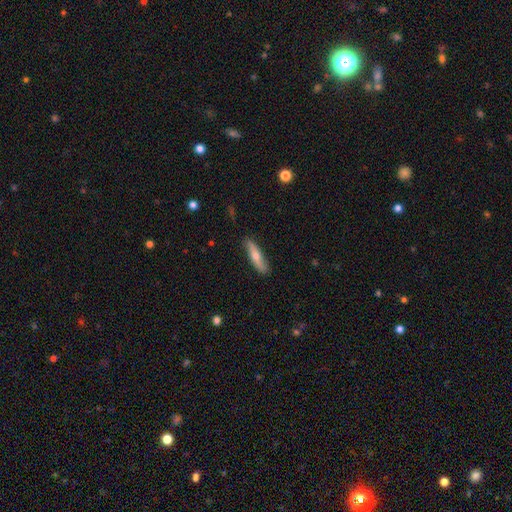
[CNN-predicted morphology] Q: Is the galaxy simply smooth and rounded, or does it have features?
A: smooth — 56%.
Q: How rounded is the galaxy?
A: cigar-shaped — 75%.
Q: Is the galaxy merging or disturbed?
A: none — 84%.